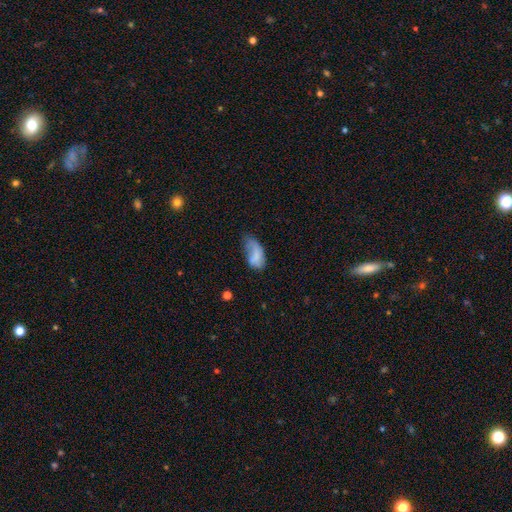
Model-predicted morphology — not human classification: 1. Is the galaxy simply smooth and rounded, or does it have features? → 71% smooth, 21% featured or disk, 8% star or artifact.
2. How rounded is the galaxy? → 93% in between, 4% round, 4% cigar-shaped.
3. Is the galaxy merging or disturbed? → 38% minor disturbance, 29% none, 29% major disturbance, 4% merger.